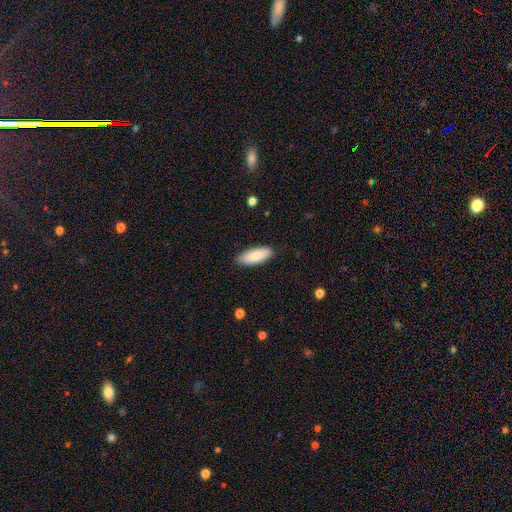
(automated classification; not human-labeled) smooth 83%, featured or disk 11%, star or artifact 6%. Down the decision tree: how rounded — in between (71%); merging — none (88%).